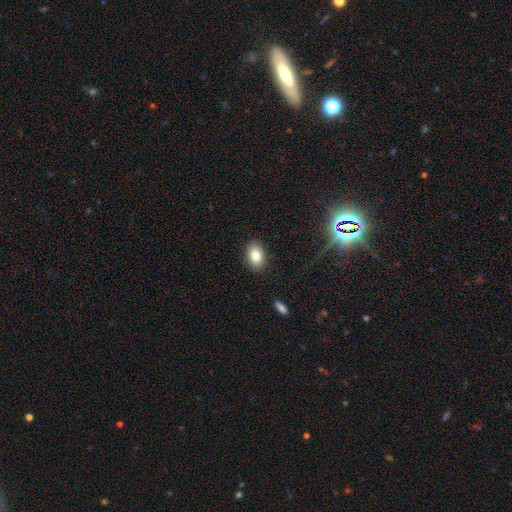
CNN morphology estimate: Smooth or featured? Predicted: smooth (p=0.82). How rounded? Predicted: in between (p=0.86). Merging? Predicted: none (p=0.89).